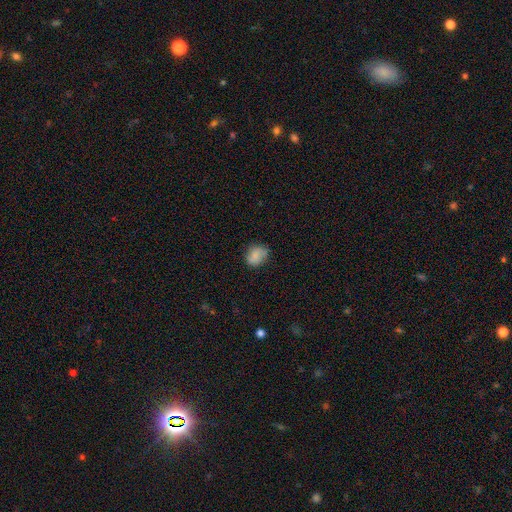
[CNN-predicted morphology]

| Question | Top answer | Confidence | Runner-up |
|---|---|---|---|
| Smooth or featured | smooth | 80% | featured or disk (11%) |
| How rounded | round | 56% | in between (43%) |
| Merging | none | 67% | minor disturbance (26%) |